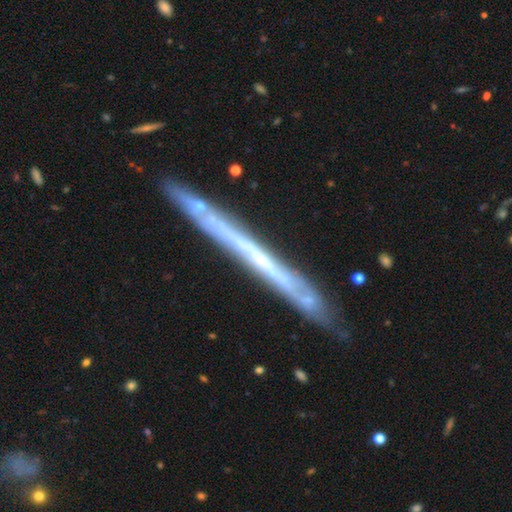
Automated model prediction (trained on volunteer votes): A featured or disk galaxy (69%) viewed edge-on (92%) with no central bulge (91%).

Vote fractions:
- Smooth or featured? featured or disk: 69% / smooth: 23% / star or artifact: 7%
- Edge-on disk? yes: 92% / no: 8%
- Edge-on bulge? none: 91% / rounded: 6% / boxy: 3%
- Merging? none: 83% / minor disturbance: 12% / merger: 3% / major disturbance: 2%